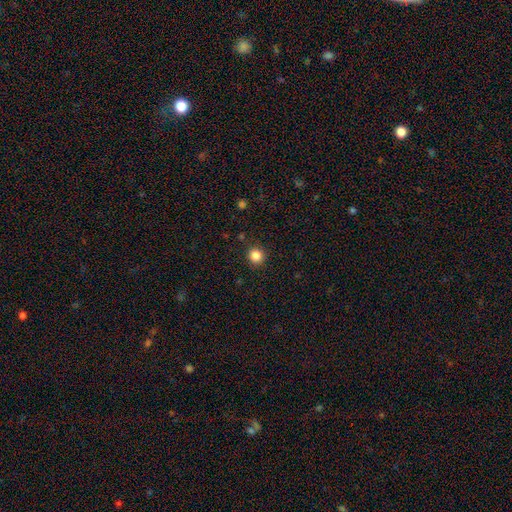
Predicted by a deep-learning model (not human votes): Morphology: type=smooth (85%); roundness=round (93%); merging=none (90%).